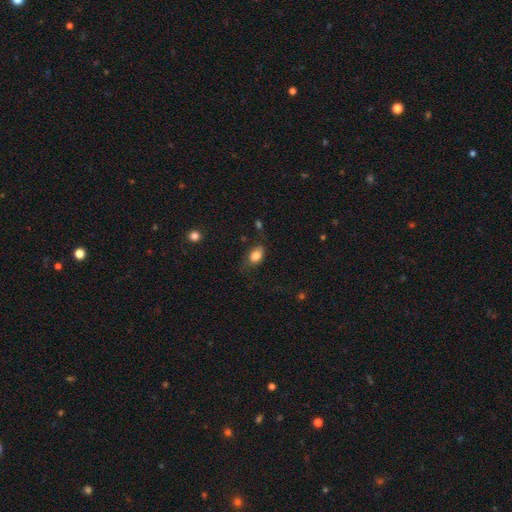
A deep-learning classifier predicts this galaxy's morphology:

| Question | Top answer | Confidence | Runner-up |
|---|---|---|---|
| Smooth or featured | smooth | 82% | featured or disk (10%) |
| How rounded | in between | 81% | round (17%) |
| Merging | none | 61% | minor disturbance (26%) |